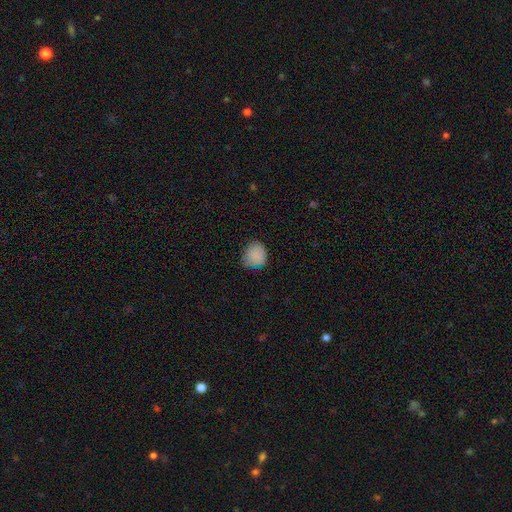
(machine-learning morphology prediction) Overall: smooth (85%). How rounded: round (71%). Merging: none (67%).